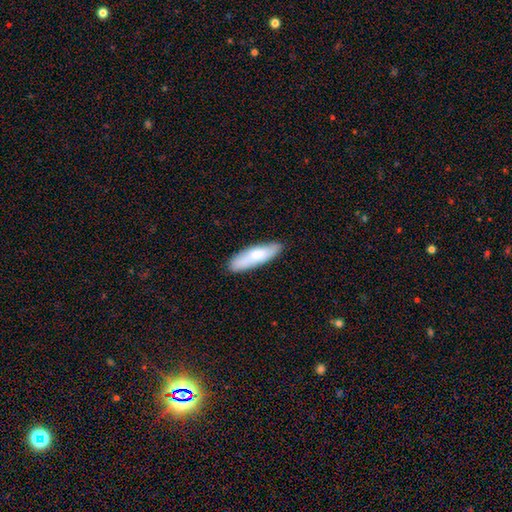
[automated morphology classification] smooth_or_featured: smooth (p=0.73) [alt: featured or disk p=0.21]
how_rounded: cigar-shaped (p=0.56) [alt: in between p=0.42]
merging: none (p=0.84) [alt: minor disturbance p=0.12]